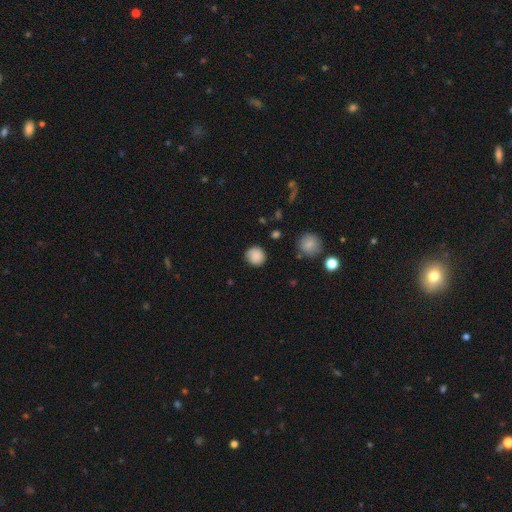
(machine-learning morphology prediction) A smooth galaxy with no disk features (85%) that is round (89%). Merging: none (80%).